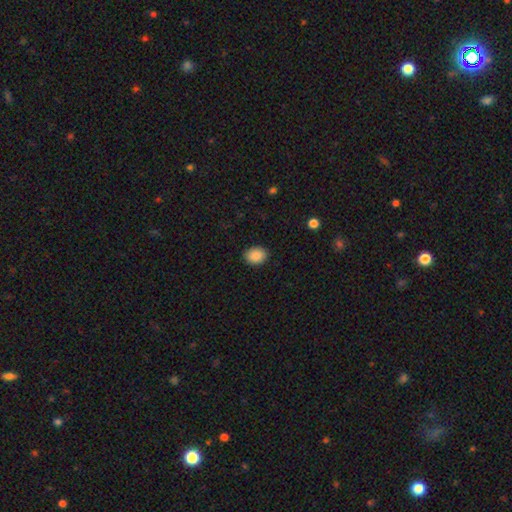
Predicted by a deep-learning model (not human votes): Smooth or featured? Predicted: smooth (p=0.89). How rounded? Predicted: in between (p=0.56). Merging? Predicted: none (p=0.89).